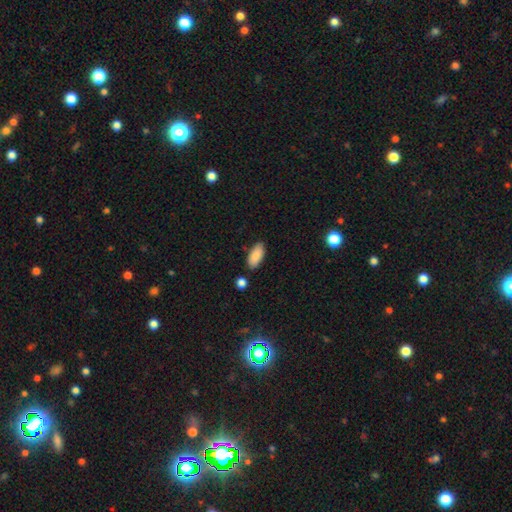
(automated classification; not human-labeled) This is clearly a smooth galaxy (87%). How rounded: clearly in between (90%). Merging: clearly none (81%).